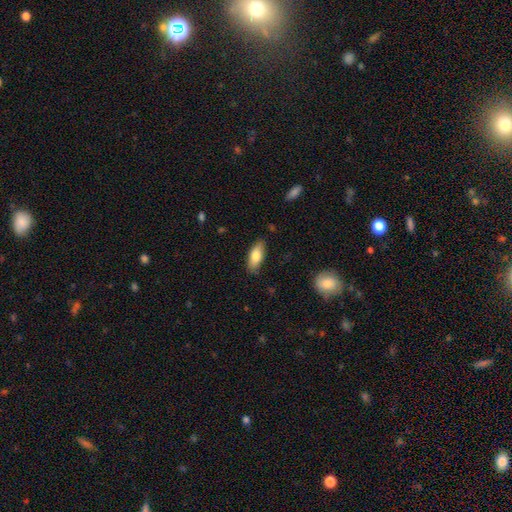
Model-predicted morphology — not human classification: The model was most divided on "how rounded": in between: 80%, cigar-shaped: 18%, round: 2%. More confident: merging — none (84%); smooth or featured — smooth (79%).